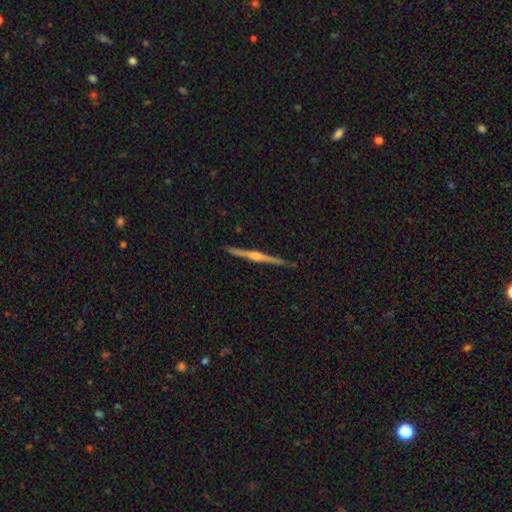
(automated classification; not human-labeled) A featured or disk galaxy (81%) viewed edge-on (98%) with a rounded central bulge (80%). Merging: none (90%).